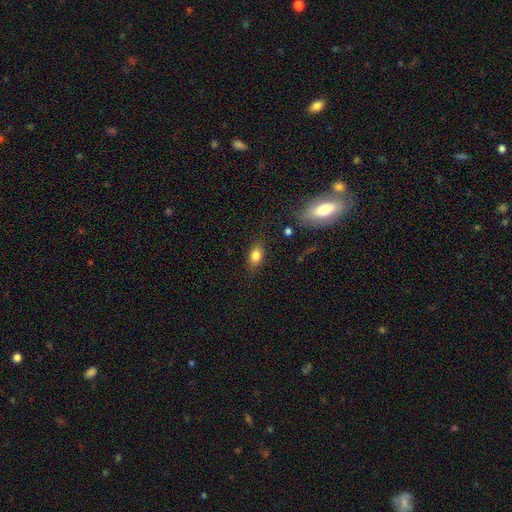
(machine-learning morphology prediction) smooth_or_featured: smooth (p=0.81) [alt: featured or disk p=0.09]
how_rounded: in between (p=0.82) [alt: round p=0.14]
merging: none (p=0.82) [alt: minor disturbance p=0.13]